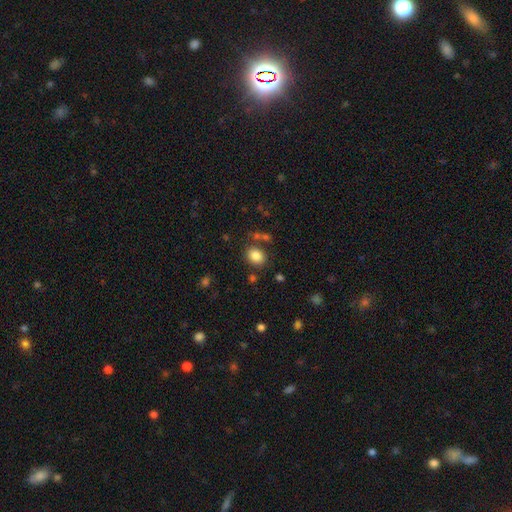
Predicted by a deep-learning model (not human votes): Smooth or featured? smooth (84%)
How rounded? in between (55%)
Merging? none (78%)